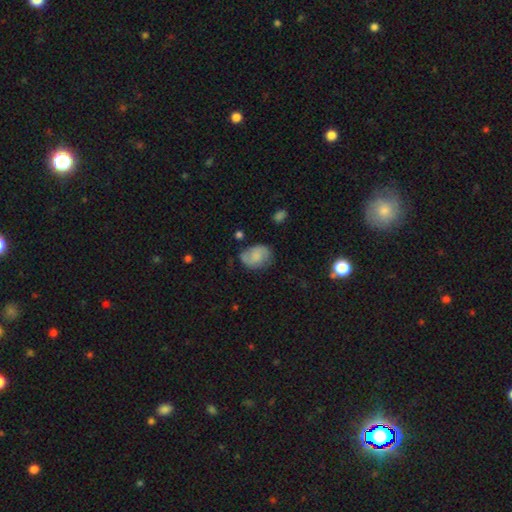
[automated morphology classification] Smooth or featured? Predicted: smooth (p=0.61). How rounded? Predicted: in between (p=0.68). Merging? Predicted: none (p=0.63).